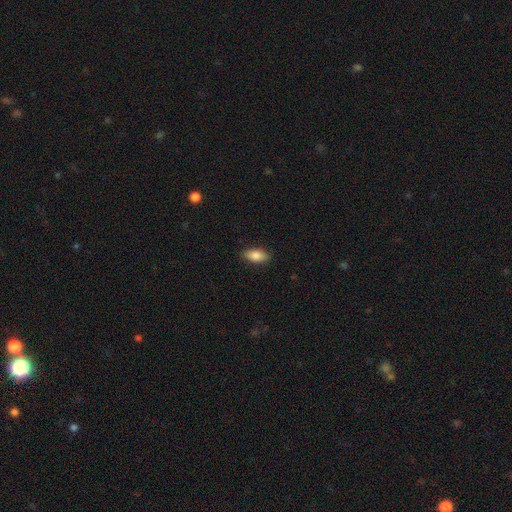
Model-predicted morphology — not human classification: This is clearly a smooth galaxy (83%). How rounded: clearly in between (89%). Merging: clearly none (88%).